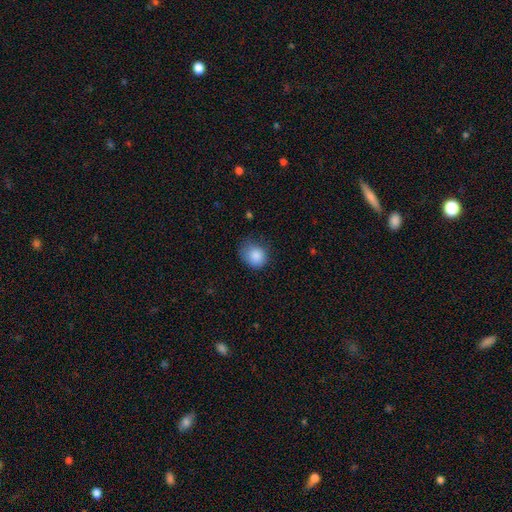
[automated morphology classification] Q: Smooth or featured?
A: smooth (86%); runner-up: star or artifact (8%)
Q: How rounded?
A: round (68%); runner-up: in between (31%)
Q: Merging?
A: none (56%); runner-up: minor disturbance (33%)